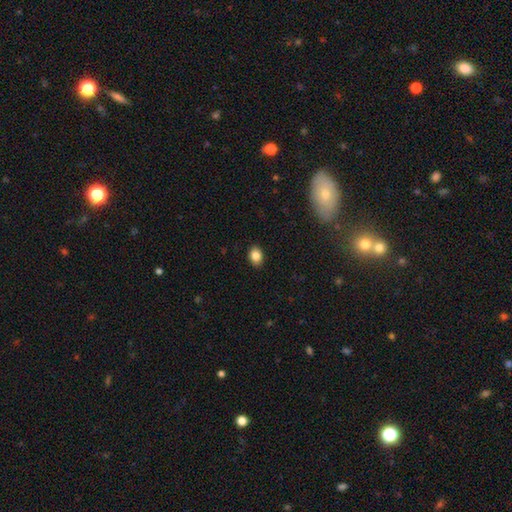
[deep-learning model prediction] Overall: smooth (85%). How rounded: in between (68%; round 31%). Merging: none (88%).